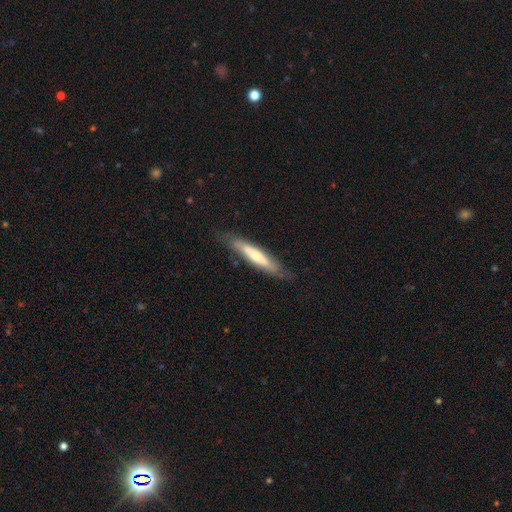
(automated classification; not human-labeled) A smooth galaxy with no disk features (48%). Merging: none (76%).